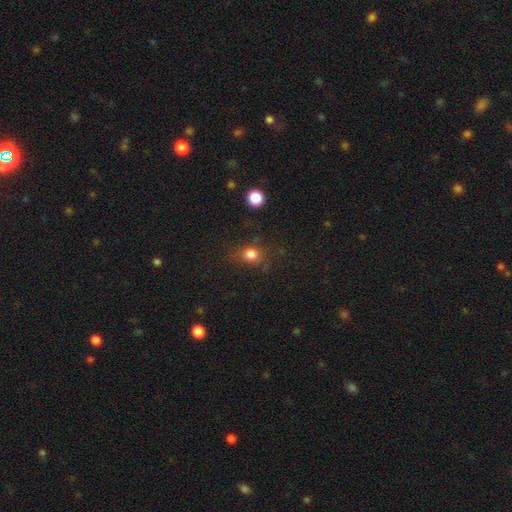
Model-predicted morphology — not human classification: This is likely a smooth galaxy (61%). How rounded: likely round (73%). Merging: clearly none (83%).